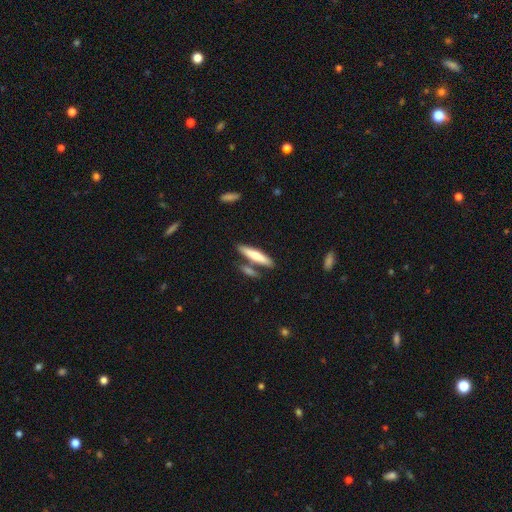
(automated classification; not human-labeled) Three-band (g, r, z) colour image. It shows a smooth galaxy with no disk features (68%) that is cigar-shaped (81%). Merging: none (68%).